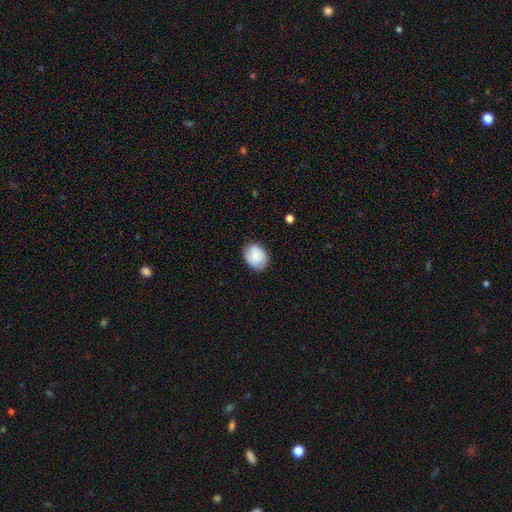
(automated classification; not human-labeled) Smooth or featured? Predicted: smooth (p=0.77). How rounded? Predicted: in between (p=0.50). Merging? Predicted: none (p=0.80).